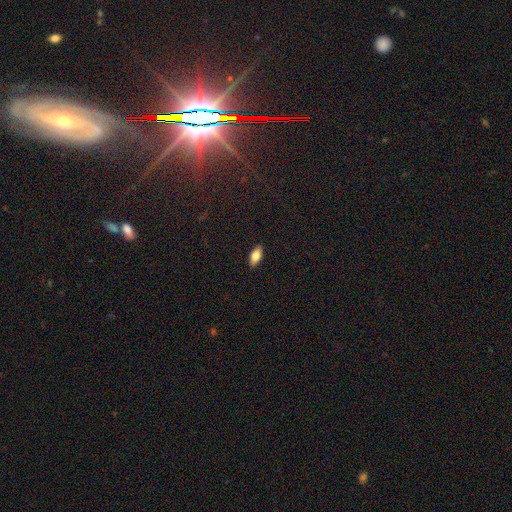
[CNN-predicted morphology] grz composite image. It shows a smooth galaxy with no disk features (78%) that is in between round and cigar-shaped (86%). Merging: none (90%).